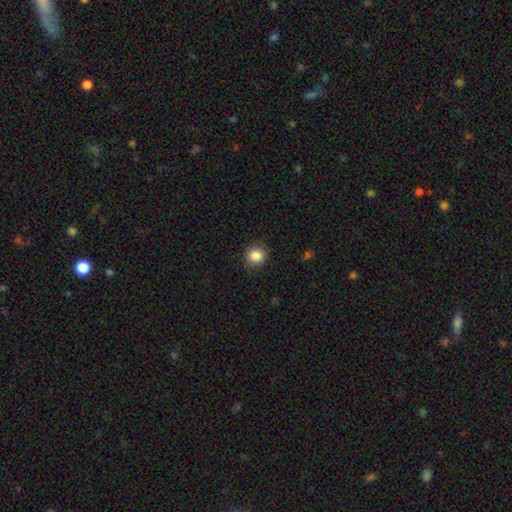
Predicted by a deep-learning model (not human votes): smooth_or_featured: smooth (p=0.87) [alt: star or artifact p=0.10]
how_rounded: round (p=0.88) [alt: in between p=0.12]
merging: none (p=0.88) [alt: minor disturbance p=0.09]